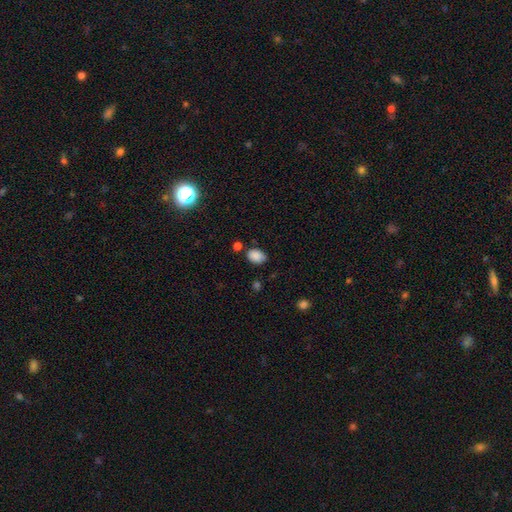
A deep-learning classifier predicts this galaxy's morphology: type=smooth (87%); roundness=in between (77%); merging=none (76%).